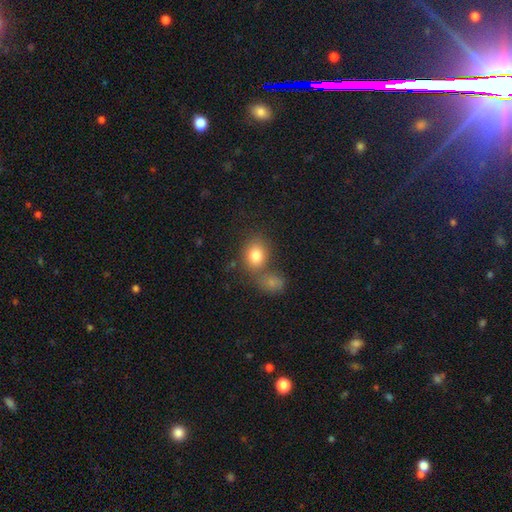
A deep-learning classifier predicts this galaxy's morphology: Overall: smooth (81%). How rounded: round (53%; in between 46%). Merging: none (46%; merger 37%).